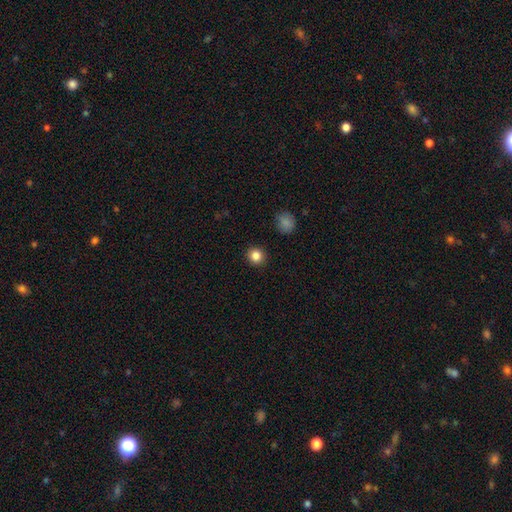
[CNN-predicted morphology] smooth-or-featured: smooth: 84% | star or artifact: 11% | featured or disk: 5%
  how-rounded: round: 90% | in between: 9% | cigar-shaped: 1%
  merging: none: 92% | minor disturbance: 5% | major disturbance: 2% | merger: 1%